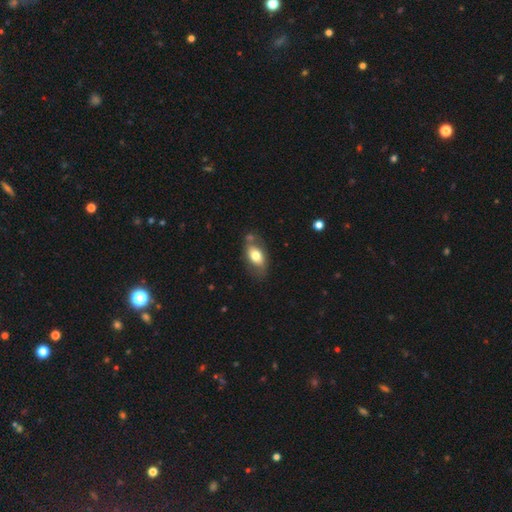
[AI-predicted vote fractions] A smooth galaxy with no disk features (69%) that is in between round and cigar-shaped (89%).

Vote fractions:
- Smooth or featured? smooth: 69% / featured or disk: 24% / star or artifact: 7%
- How rounded? in between: 89% / round: 7% / cigar-shaped: 4%
- Merging? none: 62% / minor disturbance: 21% / merger: 10% / major disturbance: 7%